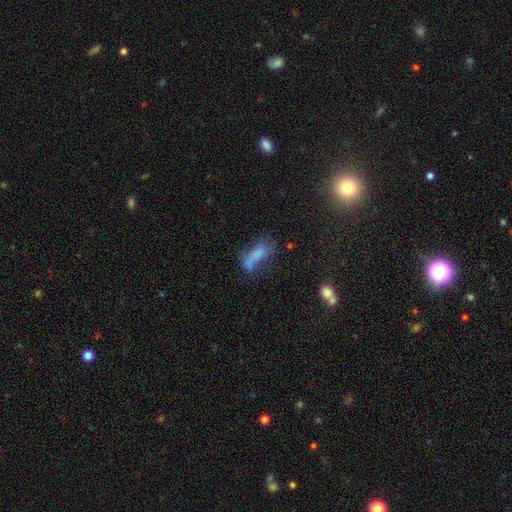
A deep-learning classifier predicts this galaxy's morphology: smooth-or-featured: smooth: 64% | featured or disk: 23% | star or artifact: 13%
  how-rounded: in between: 63% | cigar-shaped: 33% | round: 4%
  merging: none: 30% | major disturbance: 26% | minor disturbance: 22% | merger: 22%